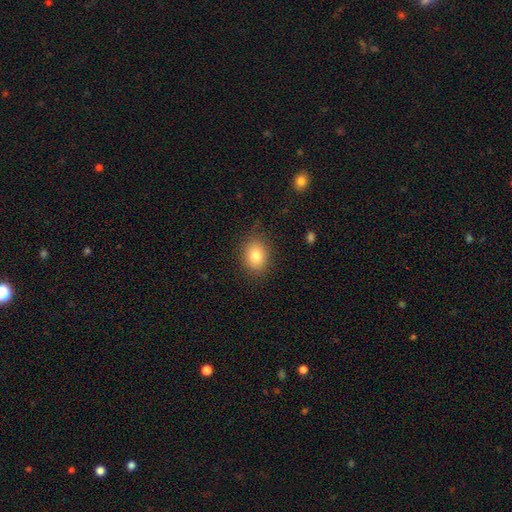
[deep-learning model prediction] This is clearly a smooth galaxy (81%). How rounded: possibly in between (55%). Merging: clearly none (82%).